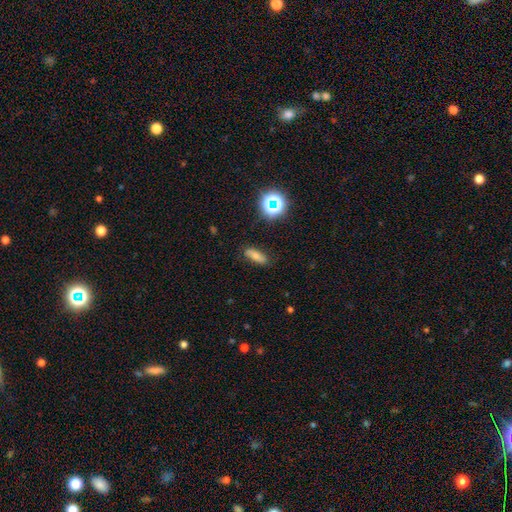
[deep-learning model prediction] This is likely a smooth galaxy (70%). How rounded: possibly in between (56%). Merging: clearly none (83%).